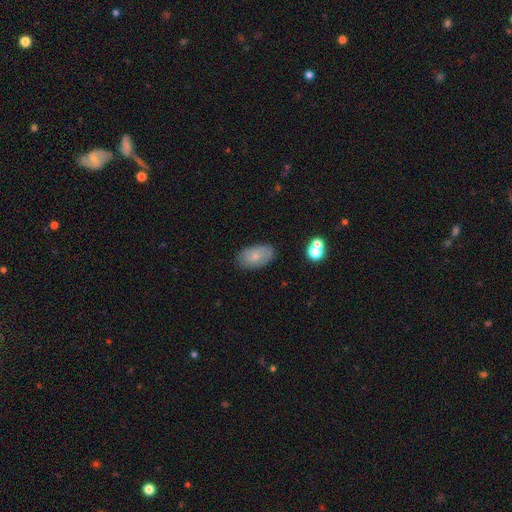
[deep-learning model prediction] Smooth or featured? smooth (69%)
How rounded? in between (93%)
Merging? none (77%)